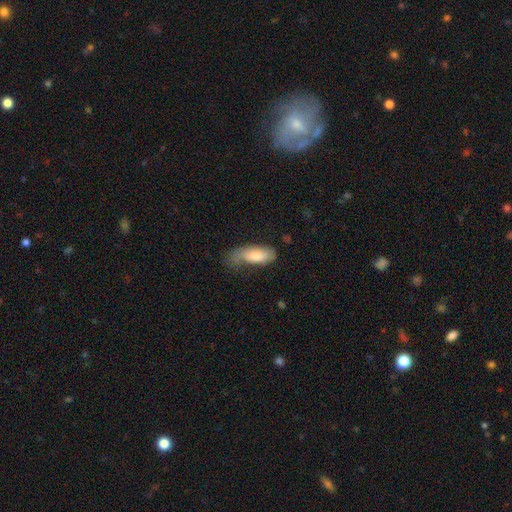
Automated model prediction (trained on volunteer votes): Smooth or featured? smooth (75%)
How rounded? in between (78%)
Merging? minor disturbance (36%)